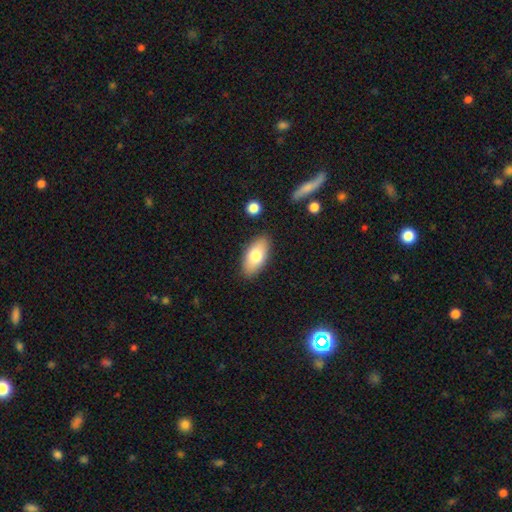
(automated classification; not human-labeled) smooth 75%, featured or disk 18%, star or artifact 7%. Down the decision tree: how rounded — in between (91%); merging — none (86%).